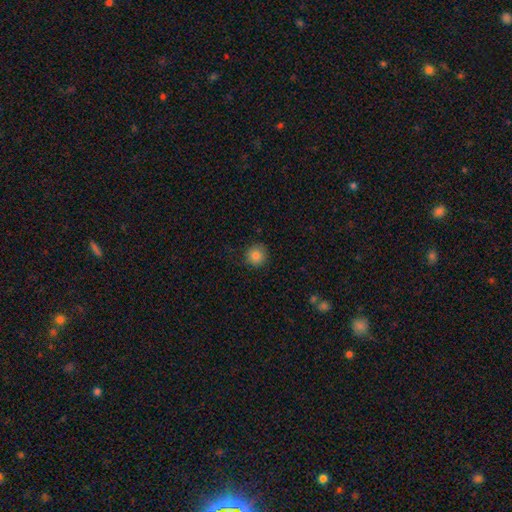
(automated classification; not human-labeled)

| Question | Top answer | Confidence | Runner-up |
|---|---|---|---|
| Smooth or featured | smooth | 84% | star or artifact (11%) |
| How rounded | round | 93% | in between (6%) |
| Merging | none | 88% | minor disturbance (9%) |